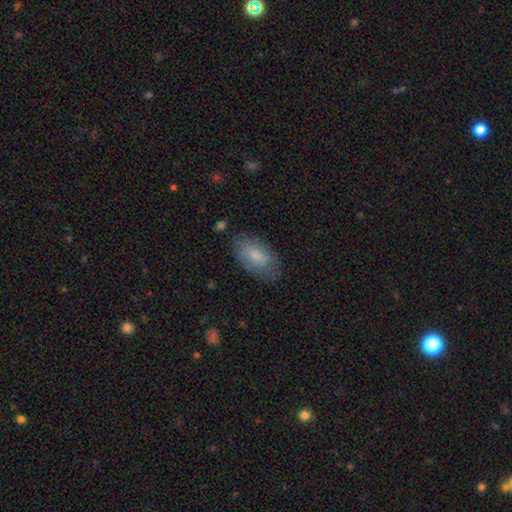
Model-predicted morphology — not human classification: smooth_or_featured: smooth (p=0.75) [alt: featured or disk p=0.18]
how_rounded: in between (p=0.93) [alt: round p=0.04]
merging: none (p=0.72) [alt: minor disturbance p=0.20]